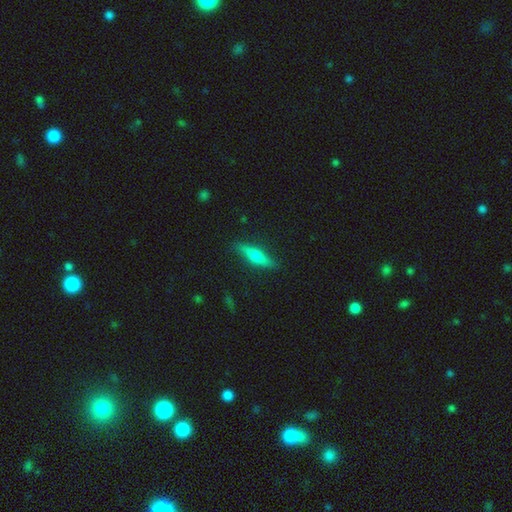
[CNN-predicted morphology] smooth-or-featured: featured or disk: 47% | smooth: 46% | star or artifact: 7%
  merging: none: 88% | minor disturbance: 9% | major disturbance: 2% | merger: 1%